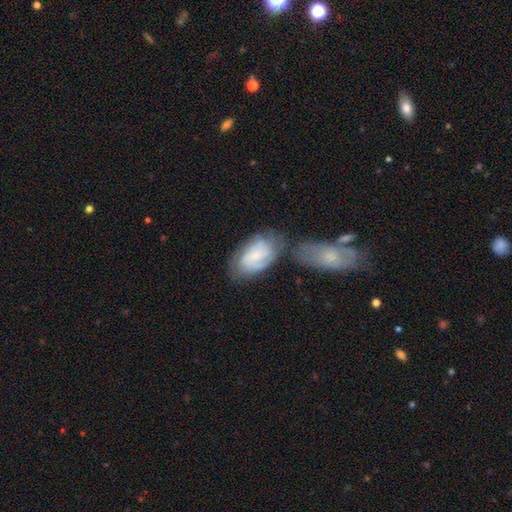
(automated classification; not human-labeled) This is possibly a featured or disk galaxy (54%). It is clearly not viewed edge-on (95%). Bar: likely no (63%). Spiral arm pattern: clearly yes (87%). Central bulge: likely small (64%). Merging: possibly none (45%).